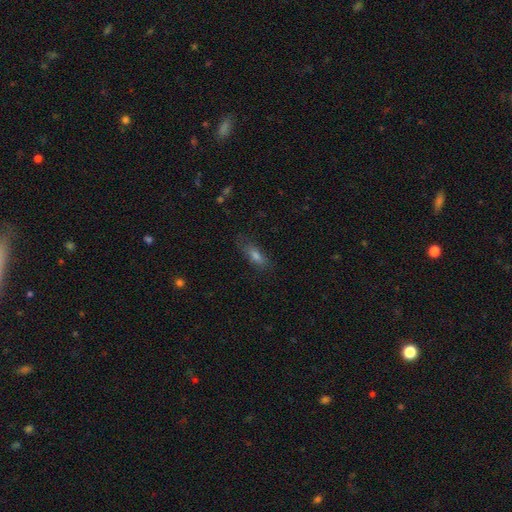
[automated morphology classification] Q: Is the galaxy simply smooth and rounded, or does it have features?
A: smooth — 67%.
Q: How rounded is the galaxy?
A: in between — 51%.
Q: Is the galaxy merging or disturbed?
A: none — 73%.